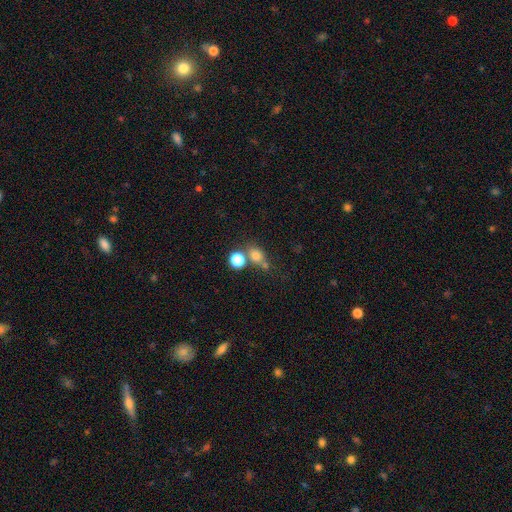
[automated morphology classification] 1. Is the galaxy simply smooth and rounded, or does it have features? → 76% smooth, 15% star or artifact, 9% featured or disk.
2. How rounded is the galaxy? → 66% round, 32% in between, 2% cigar-shaped.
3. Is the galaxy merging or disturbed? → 52% none, 30% merger, 11% minor disturbance, 6% major disturbance.